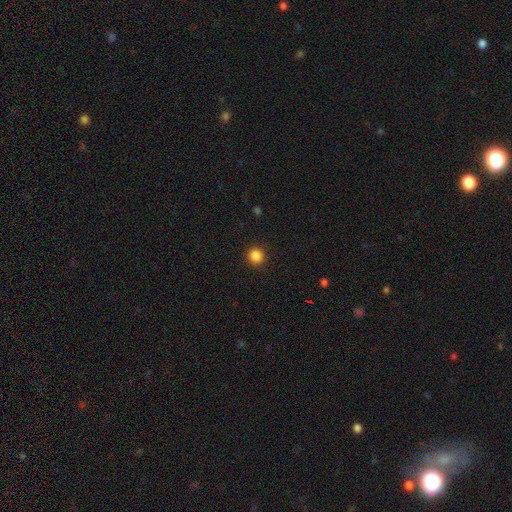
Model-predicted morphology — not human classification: This appears to be a smooth galaxy with no disk features (86%) that is round (93%). Merging: none (92%).